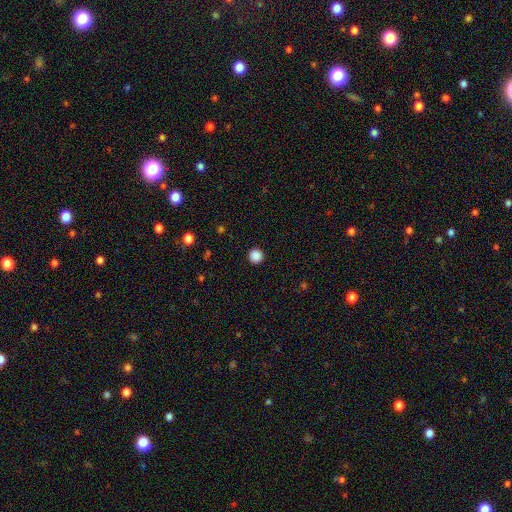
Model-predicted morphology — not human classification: This is clearly a smooth galaxy (88%). How rounded: clearly round (96%). Merging: clearly none (93%).